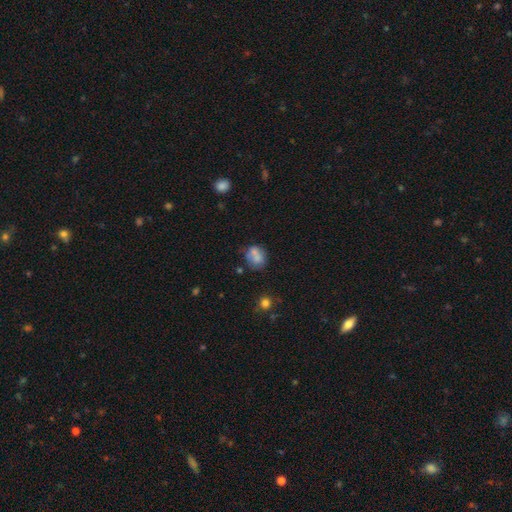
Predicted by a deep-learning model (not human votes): Morphology: type=smooth (68%); roundness=round (55%); merging=none (44%).